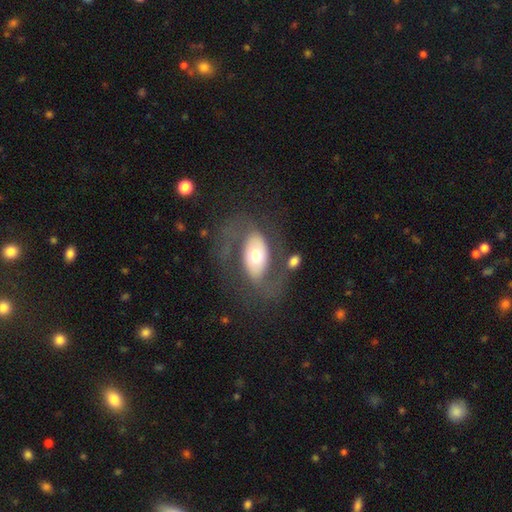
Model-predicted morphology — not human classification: smooth-or-featured: featured or disk: 64% | smooth: 30% | star or artifact: 6%
  disk-edge-on: no: 93% | yes: 7%
    bar: no: 61% | weak: 24% | strong: 15%
    has-spiral-arms: yes: 70% | no: 30%
    bulge-size: moderate: 62% | large: 26% | small: 8% | dominant: 4% | none: 1%
  merging: none: 58% | major disturbance: 20% | minor disturbance: 16% | merger: 5%